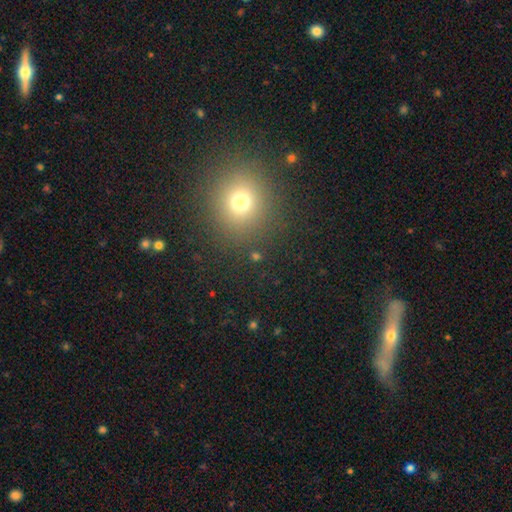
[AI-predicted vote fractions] A smooth galaxy with no disk features (64%) that is round (85%). Merging: none (87%).